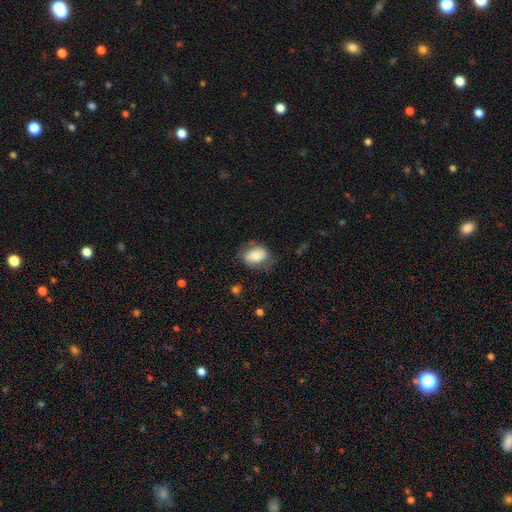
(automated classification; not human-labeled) Morphology: type=smooth (59%); roundness=in between (76%); merging=none (62%).